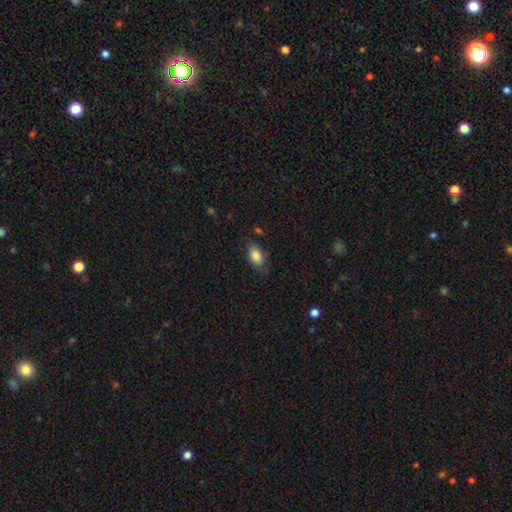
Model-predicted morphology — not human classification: This is clearly a smooth galaxy (85%). How rounded: clearly in between (89%). Merging: likely none (70%).